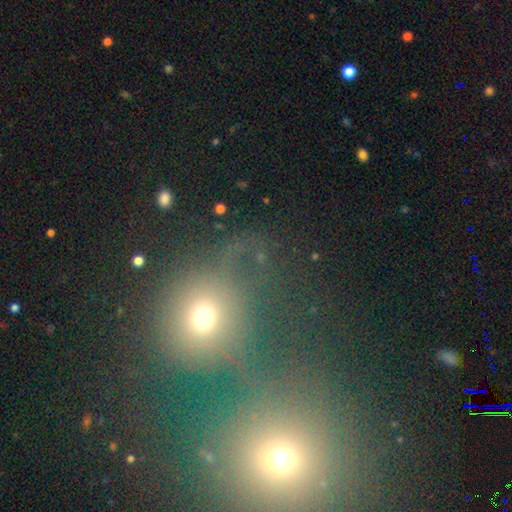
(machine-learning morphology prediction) The model was most divided on "smooth or featured": smooth: 50%, star or artifact: 34%, featured or disk: 15%. Remaining: how rounded — round (82%); merging — none (46%).